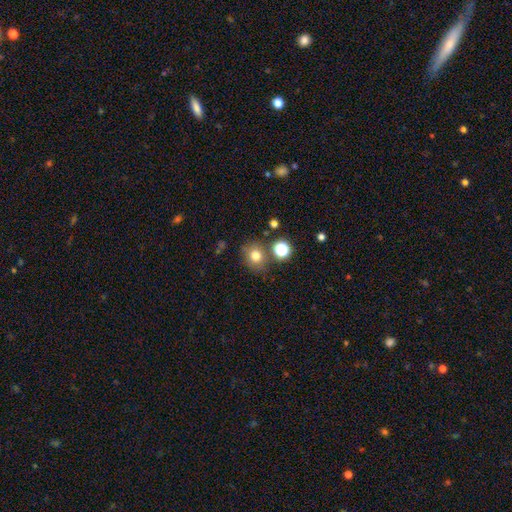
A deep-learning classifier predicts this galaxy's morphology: Q: Smooth or featured?
A: smooth (75%); runner-up: star or artifact (15%)
Q: How rounded?
A: round (76%); runner-up: in between (23%)
Q: Merging?
A: none (75%); runner-up: minor disturbance (12%)